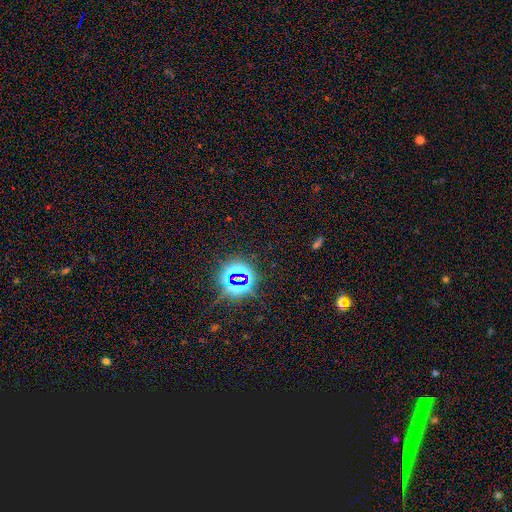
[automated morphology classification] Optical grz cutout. It shows a star or artifact, not a galaxy (77%).